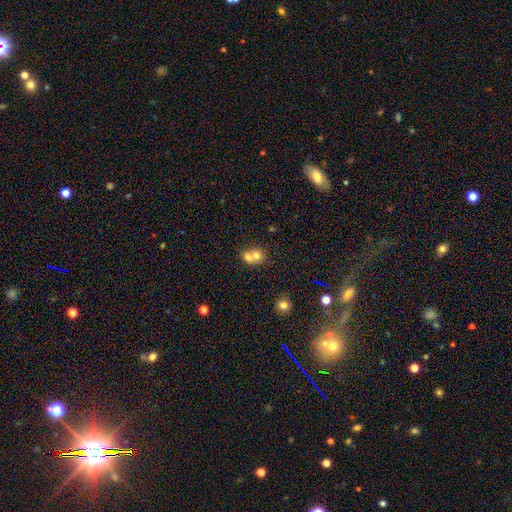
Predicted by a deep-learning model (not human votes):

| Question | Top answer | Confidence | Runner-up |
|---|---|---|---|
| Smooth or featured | smooth | 70% | featured or disk (19%) |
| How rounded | round | 72% | in between (27%) |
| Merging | merger | 65% | none (27%) |